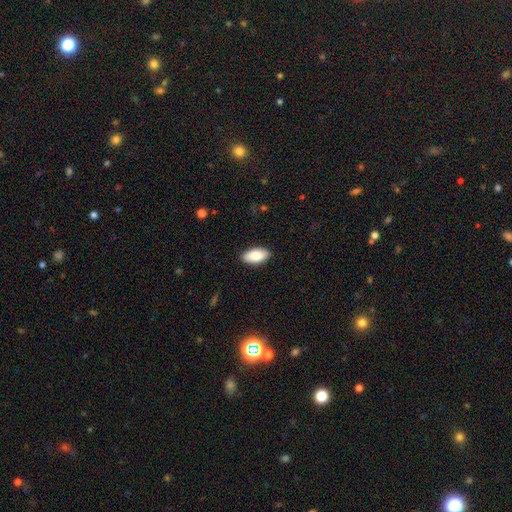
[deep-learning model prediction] Q: Smooth or featured?
A: smooth (85%); runner-up: featured or disk (9%)
Q: How rounded?
A: in between (92%); runner-up: cigar-shaped (6%)
Q: Merging?
A: none (89%); runner-up: minor disturbance (8%)